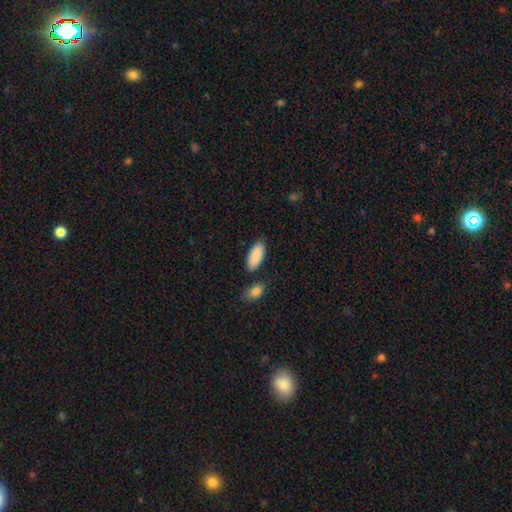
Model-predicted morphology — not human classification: smooth-or-featured: smooth: 90% | star or artifact: 5% | featured or disk: 5%
  how-rounded: in between: 88% | cigar-shaped: 10% | round: 2%
  merging: none: 79% | minor disturbance: 11% | merger: 6% | major disturbance: 3%